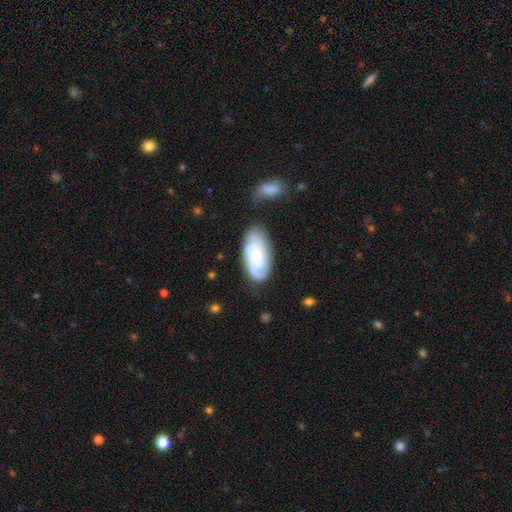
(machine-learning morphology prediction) A featured or disk galaxy (66%) with no bar (72%), tight (64%) spiral arms (91%) and a small central bulge (60%).

Vote fractions:
- Smooth or featured? featured or disk: 66% / smooth: 28% / star or artifact: 6%
- Edge-on disk? no: 94% / yes: 6%
- Bar? no: 72% / weak: 23% / strong: 4%
- Spiral arms? yes: 91% / no: 9%
- Spiral winding? tight: 64% / medium: 28% / loose: 8%
- Spiral arm count? can't tell: 36% / 2: 34% / 3: 15% / 1: 8% / 4: 4% / more than 4: 3%
- Bulge size? small: 60% / moderate: 29% / none: 6% / large: 4% / dominant: 1%
- Merging? none: 69% / minor disturbance: 20% / major disturbance: 6% / merger: 5%